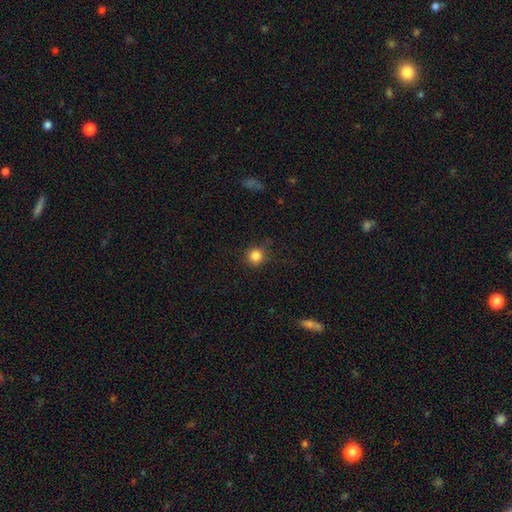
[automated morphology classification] Smooth or featured? smooth (84%)
How rounded? round (92%)
Merging? none (85%)